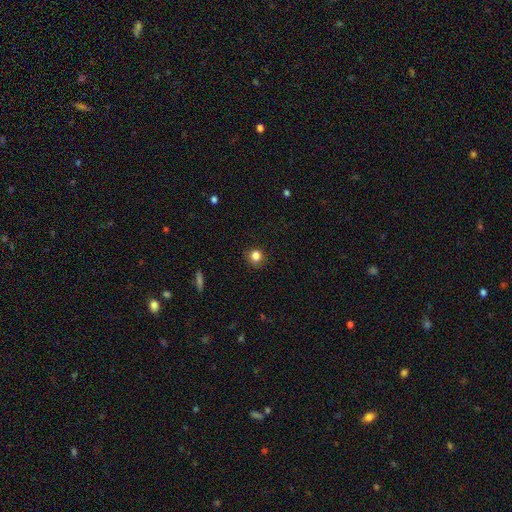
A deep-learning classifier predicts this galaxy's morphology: Overall: smooth (82%). How rounded: round (89%). Merging: none (86%).